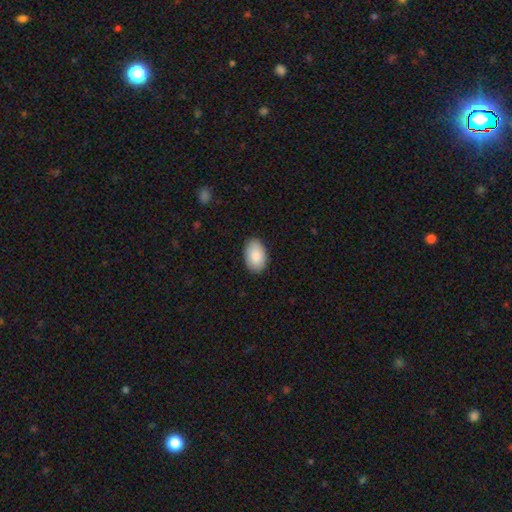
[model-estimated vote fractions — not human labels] This appears to be a smooth galaxy with no disk features (89%) that is in between round and cigar-shaped (91%). Merging: none (87%).